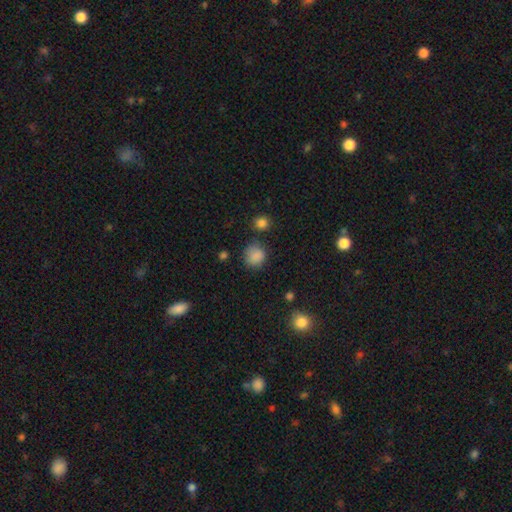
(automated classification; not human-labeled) A smooth galaxy with no disk features (84%) that is round (81%).

Vote fractions:
- Smooth or featured? smooth: 84% / star or artifact: 11% / featured or disk: 5%
- How rounded? round: 81% / in between: 18% / cigar-shaped: 1%
- Merging? none: 72% / minor disturbance: 19% / major disturbance: 6% / merger: 4%